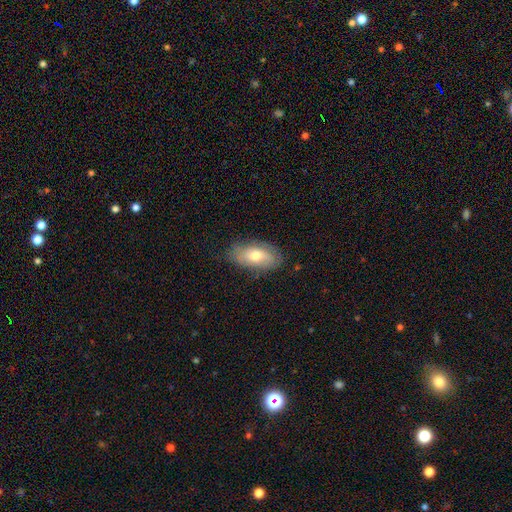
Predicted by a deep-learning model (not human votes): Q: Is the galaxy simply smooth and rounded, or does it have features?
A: smooth — 65%.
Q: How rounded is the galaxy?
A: in between — 89%.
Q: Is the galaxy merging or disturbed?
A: none — 76%.